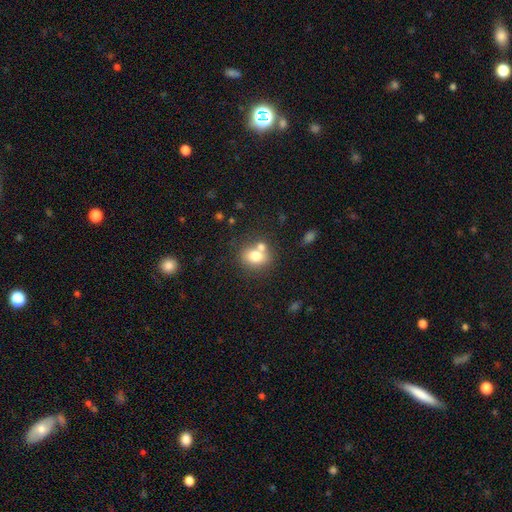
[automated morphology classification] The model was most divided on "how rounded": round: 53%, in between: 46%, cigar-shaped: 1%. More confident: smooth or featured — smooth (75%); merging — none (55%).